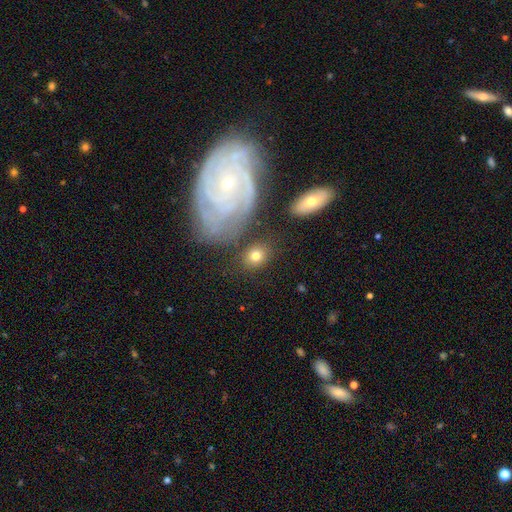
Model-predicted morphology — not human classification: type=smooth (75%); roundness=round (50%); merging=none (78%).